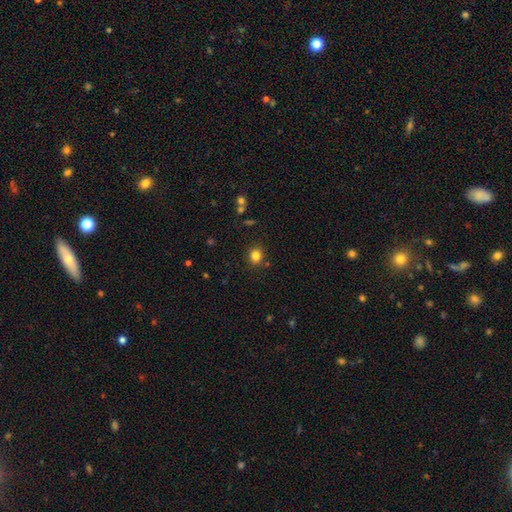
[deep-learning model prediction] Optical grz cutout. It shows a smooth galaxy with no disk features (82%) that is round (81%). Merging: none (86%).